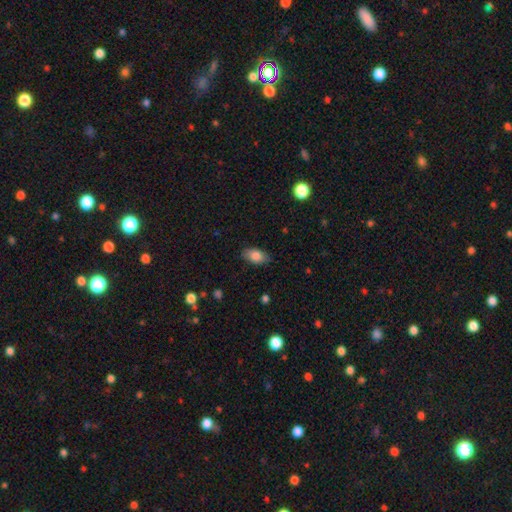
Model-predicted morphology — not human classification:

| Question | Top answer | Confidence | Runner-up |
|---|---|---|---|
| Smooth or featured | smooth | 84% | featured or disk (8%) |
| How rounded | in between | 91% | round (6%) |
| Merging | none | 82% | minor disturbance (14%) |